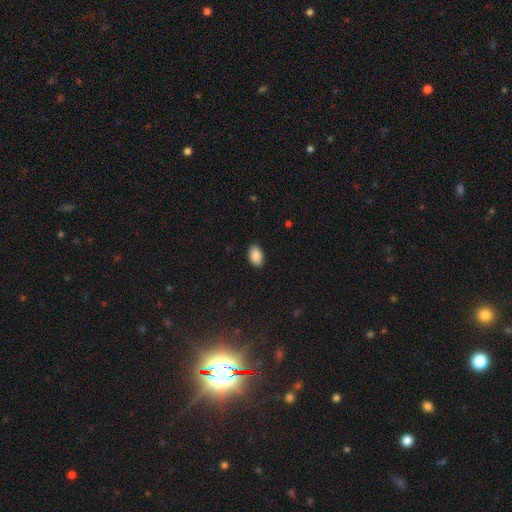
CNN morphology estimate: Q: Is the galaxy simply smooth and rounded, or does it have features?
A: smooth — 89%.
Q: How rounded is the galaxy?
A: in between — 91%.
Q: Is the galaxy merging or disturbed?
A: none — 88%.